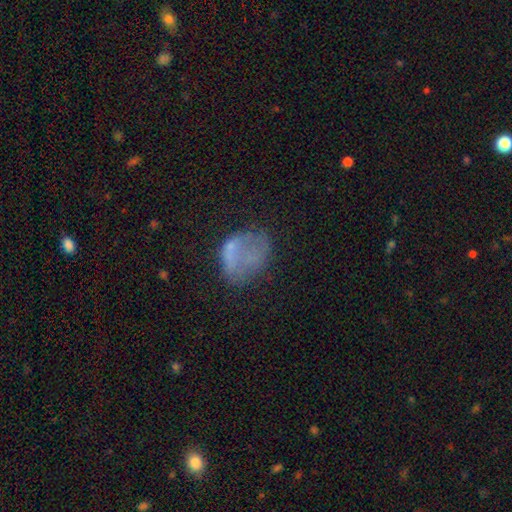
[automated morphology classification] A smooth galaxy with no disk features (51%) that is in between round and cigar-shaped (58%).

Vote fractions:
- Smooth or featured? smooth: 51% / featured or disk: 34% / star or artifact: 16%
- How rounded? in between: 58% / round: 40% / cigar-shaped: 2%
- Merging? none: 43% / major disturbance: 25% / minor disturbance: 24% / merger: 7%